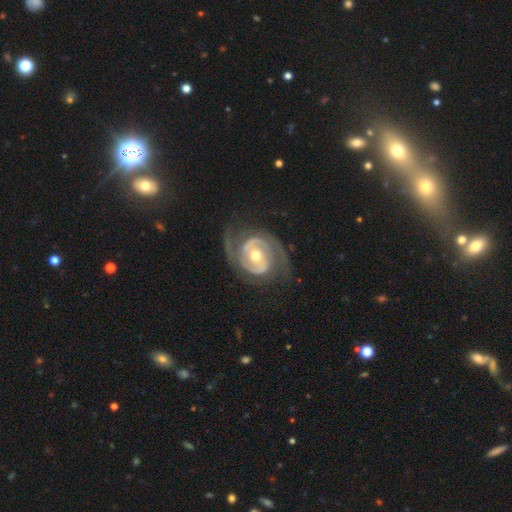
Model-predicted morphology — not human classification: A featured or disk galaxy (92%) with no bar (51%), 2 (89%) tight (45%) spiral arms (97%) and a moderate central bulge (75%). Merging: none (72%).